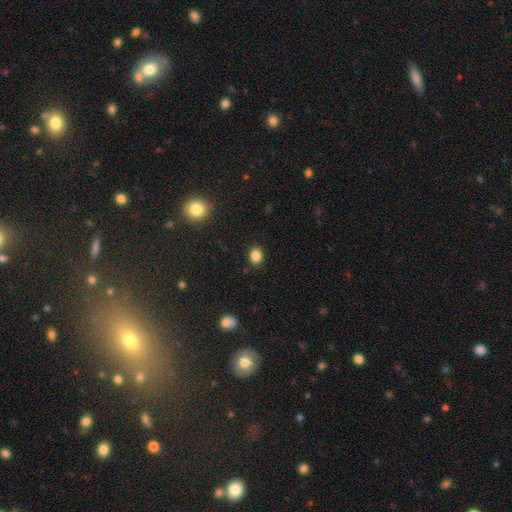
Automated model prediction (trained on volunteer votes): This is clearly a smooth galaxy (85%). How rounded: possibly in between (52%). Merging: clearly none (88%).